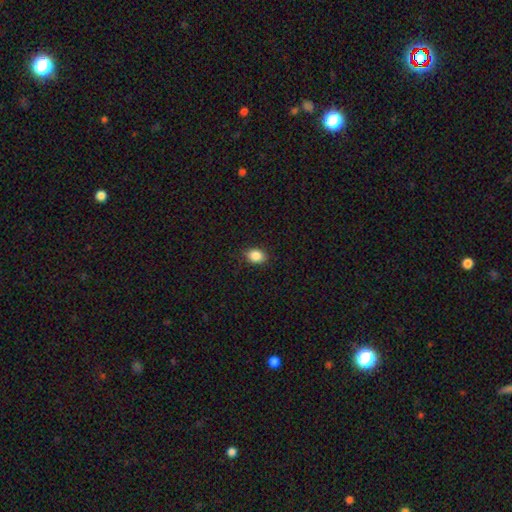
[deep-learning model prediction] Smooth or featured?
  - smooth: 87% *
  - star or artifact: 9%
  - featured or disk: 4%
How rounded?
  - in between: 69% *
  - round: 30%
  - cigar-shaped: 1%
Merging?
  - none: 86% *
  - minor disturbance: 11%
  - major disturbance: 2%
  - merger: 1%